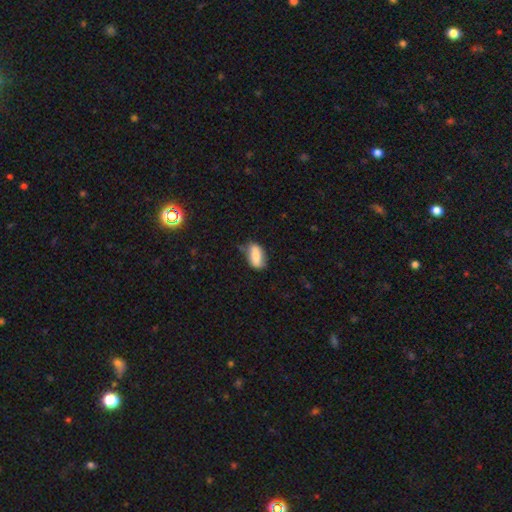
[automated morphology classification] Smooth or featured? Predicted: smooth (p=0.77). How rounded? Predicted: in between (p=0.86). Merging? Predicted: none (p=0.63).